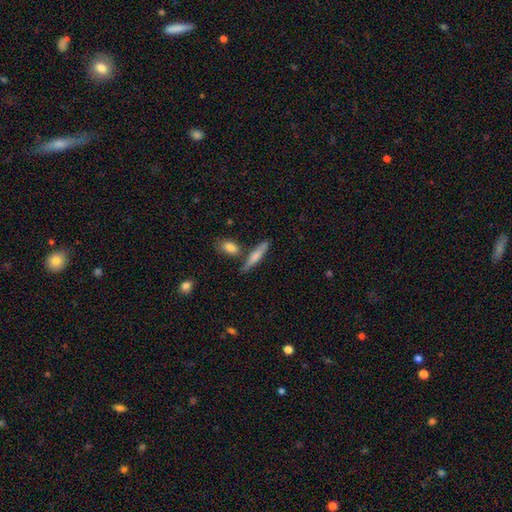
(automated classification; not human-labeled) Morphology: type=smooth (63%); roundness=cigar-shaped (80%); merging=none (69%).